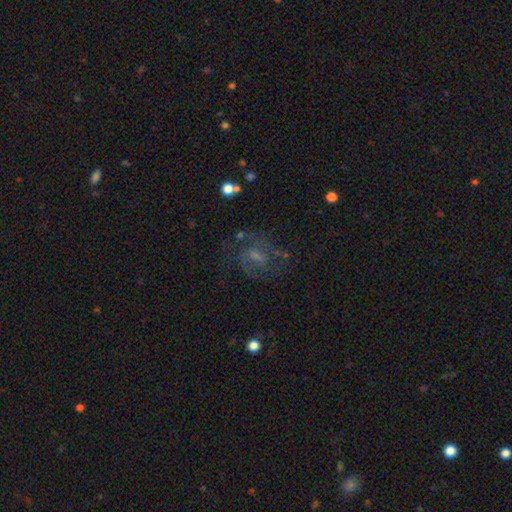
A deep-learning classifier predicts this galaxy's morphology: featured or disk 64%, smooth 22%, star or artifact 13%. Down the decision tree: edge-on disk — no (97%); bar — weak (52%); spiral arms — yes (79%); bulge size — small (44%); merging — none (59%).